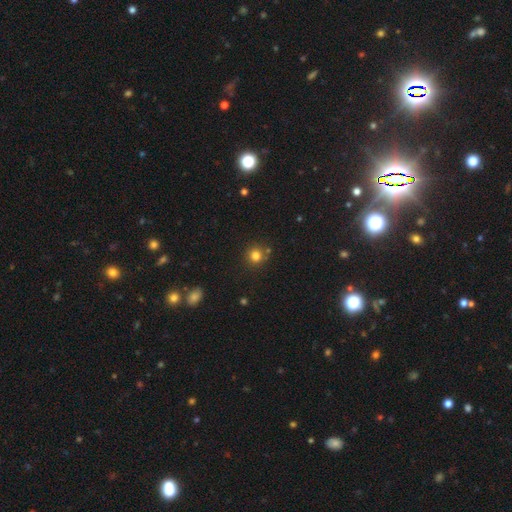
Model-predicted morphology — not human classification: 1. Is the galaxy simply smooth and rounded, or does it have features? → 80% smooth, 14% star or artifact, 6% featured or disk.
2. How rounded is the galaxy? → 90% round, 9% in between, 1% cigar-shaped.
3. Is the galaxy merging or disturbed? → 79% none, 10% minor disturbance, 8% merger, 3% major disturbance.